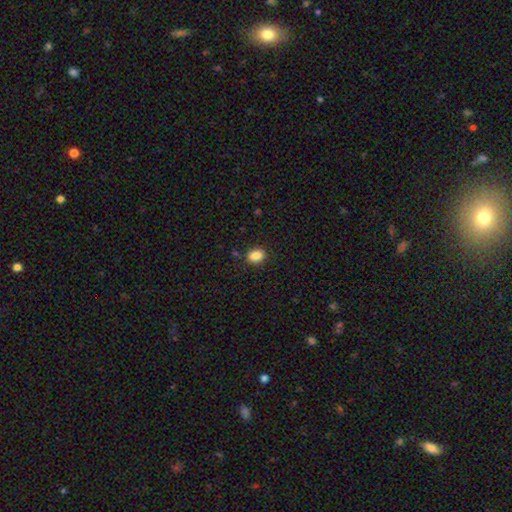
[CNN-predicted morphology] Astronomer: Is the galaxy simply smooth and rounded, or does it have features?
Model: smooth — 86%.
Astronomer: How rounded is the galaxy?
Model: in between — 66%.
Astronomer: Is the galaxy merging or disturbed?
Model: none — 86%.